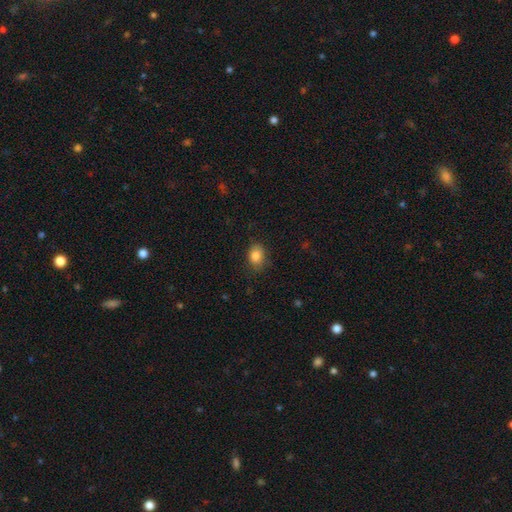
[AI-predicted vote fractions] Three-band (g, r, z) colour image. It shows a smooth galaxy with no disk features (85%) that is in between round and cigar-shaped (67%). Merging: none (78%).